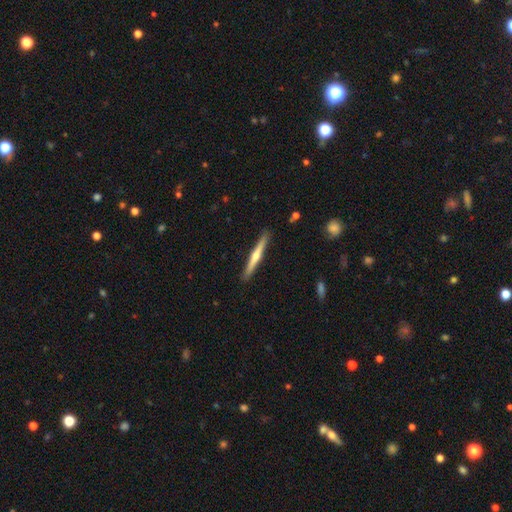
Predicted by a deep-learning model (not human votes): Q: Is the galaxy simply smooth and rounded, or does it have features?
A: featured or disk — 62%.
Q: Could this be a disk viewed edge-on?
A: yes — 98%.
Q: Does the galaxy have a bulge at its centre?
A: rounded — 80%.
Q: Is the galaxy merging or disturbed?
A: none — 91%.